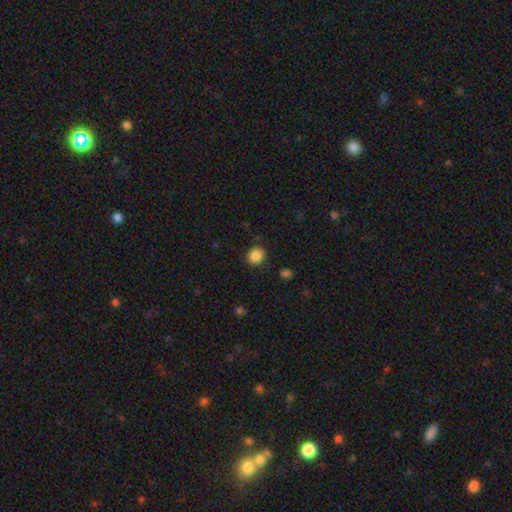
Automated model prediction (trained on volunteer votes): A smooth galaxy with no disk features (87%) that is round (81%).

Vote fractions:
- Smooth or featured? smooth: 87% / star or artifact: 10% / featured or disk: 4%
- How rounded? round: 81% / in between: 19% / cigar-shaped: 1%
- Merging? none: 88% / minor disturbance: 8% / major disturbance: 2% / merger: 1%